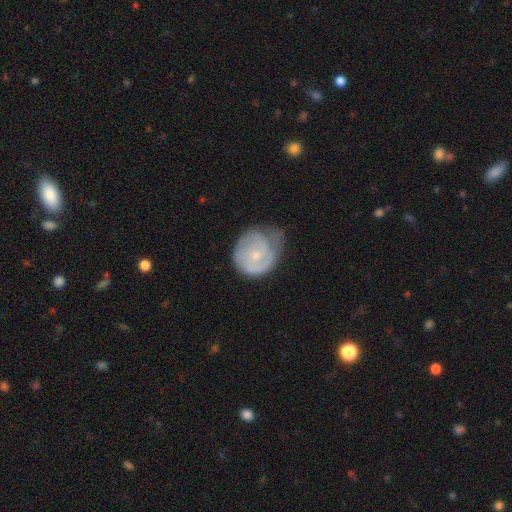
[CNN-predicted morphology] featured or disk 63%, smooth 31%, star or artifact 6%. Down the decision tree: edge-on disk — no (98%); bar — no (75%); spiral arms — yes (82%); spiral arm count — 2 (39%); spiral winding — tight (55%); bulge size — small (72%); merging — none (40%).